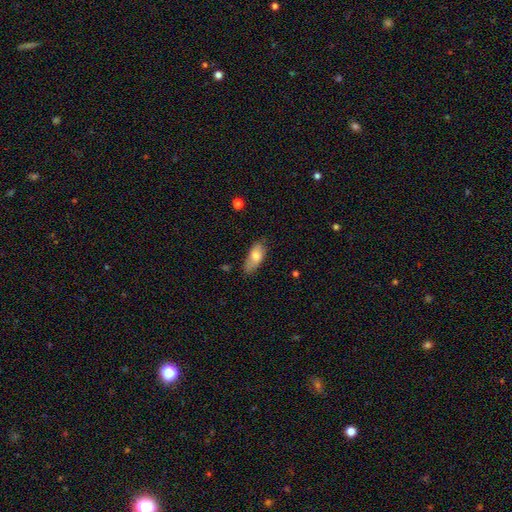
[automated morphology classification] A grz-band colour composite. It shows a smooth galaxy with no disk features (75%) that is in between round and cigar-shaped (84%). Merging: none (59%).